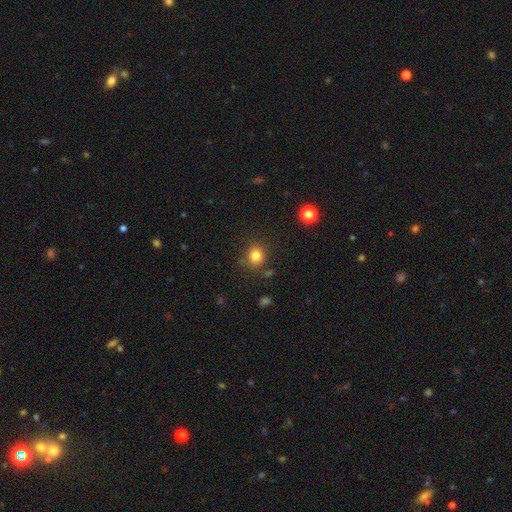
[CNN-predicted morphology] smooth_or_featured: smooth (p=0.82) [alt: star or artifact p=0.12]
how_rounded: round (p=0.81) [alt: in between p=0.18]
merging: none (p=0.81) [alt: minor disturbance p=0.12]